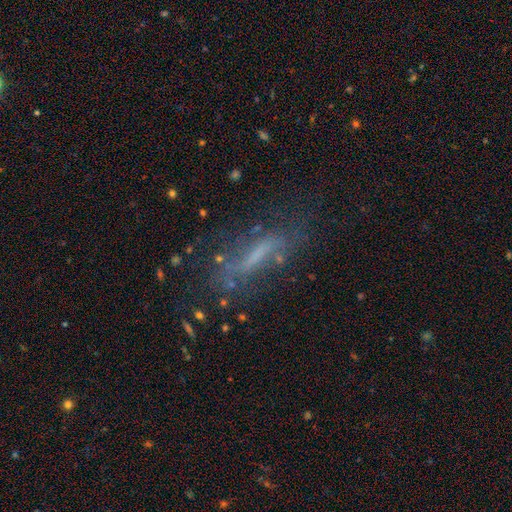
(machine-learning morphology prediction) Smooth or featured? Predicted: featured or disk (p=0.48). Merging? Predicted: none (p=0.61).